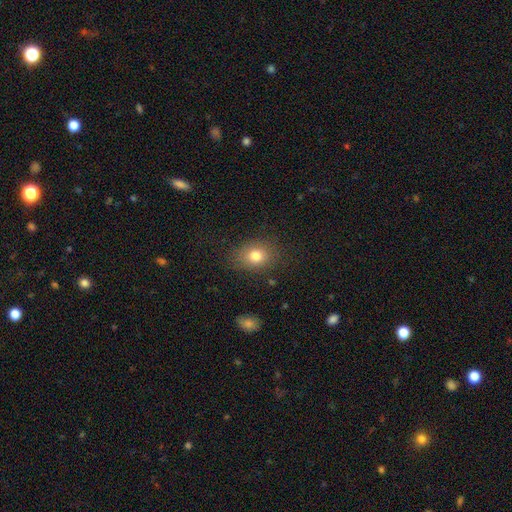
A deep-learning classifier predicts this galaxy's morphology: Smooth or featured? Predicted: smooth (p=0.79). How rounded? Predicted: round (p=0.51). Merging? Predicted: none (p=0.82).